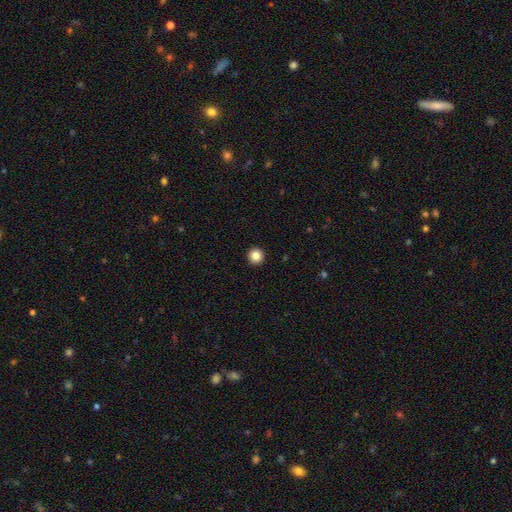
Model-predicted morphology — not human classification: Overall: smooth (85%). How rounded: round (96%). Merging: none (94%).